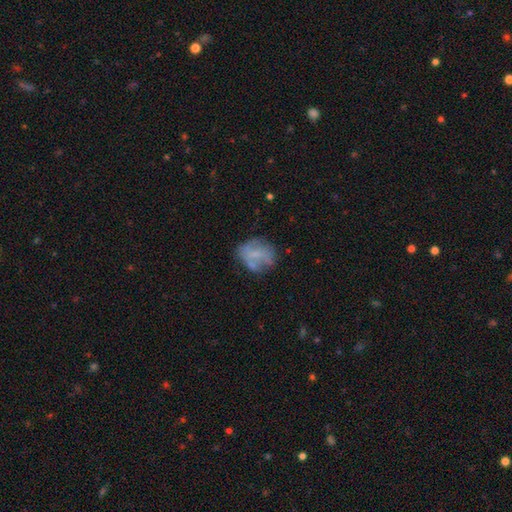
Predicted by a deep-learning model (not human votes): This is possibly a smooth galaxy (45%). Merging: possibly none (53%).